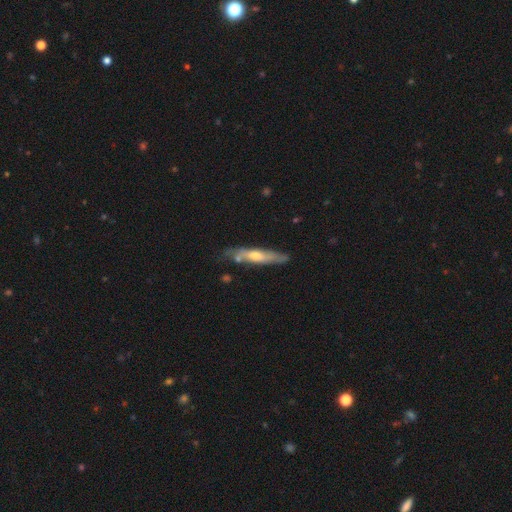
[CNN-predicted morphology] Q: Smooth or featured?
A: featured or disk (61%); runner-up: smooth (33%)
Q: Edge-on disk?
A: yes (77%); runner-up: no (23%)
Q: Merging?
A: none (71%); runner-up: minor disturbance (19%)